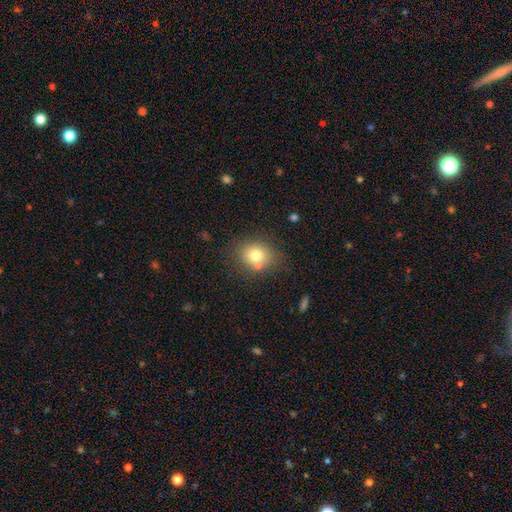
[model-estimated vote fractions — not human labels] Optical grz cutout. It shows a smooth galaxy with no disk features (75%) that is round (60%). Merging: none (70%).